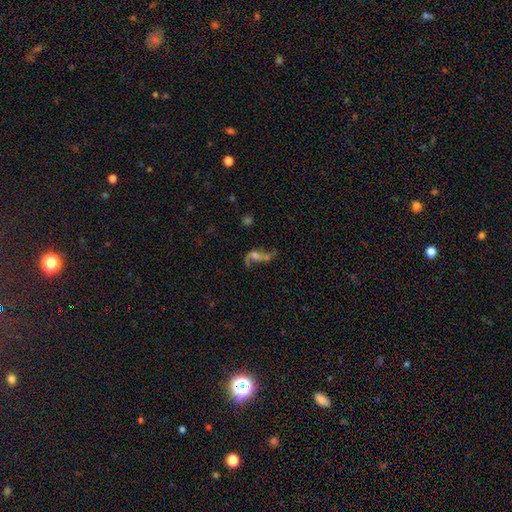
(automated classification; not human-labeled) The model was most divided on "bulge size": moderate: 44%, small: 32%, none: 12%, large: 10%, dominant: 2%. More confident: edge-on disk — no (92%); spiral arms — yes (88%); spiral arm count — 2 (88%); spiral winding — loose (86%); smooth or featured — featured or disk (74%); bar — no (55%); merging — none (53%).